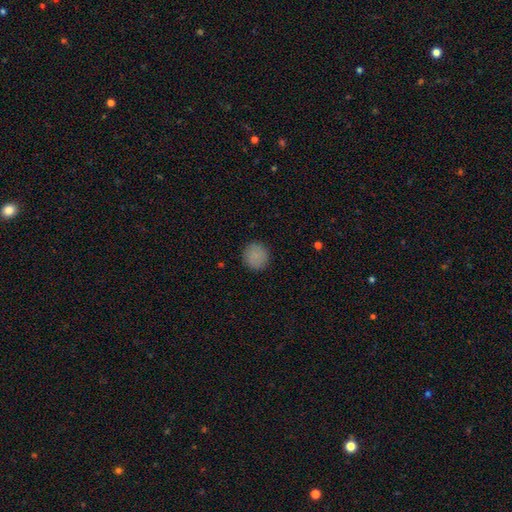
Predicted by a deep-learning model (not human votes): Q: Smooth or featured?
A: smooth (87%); runner-up: star or artifact (9%)
Q: How rounded?
A: round (92%); runner-up: in between (7%)
Q: Merging?
A: none (90%); runner-up: minor disturbance (7%)